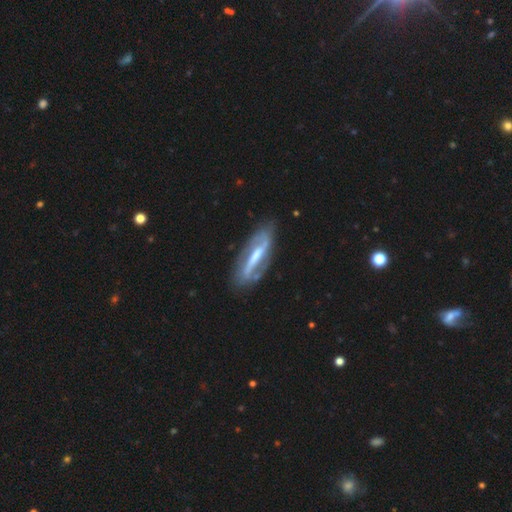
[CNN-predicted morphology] smooth_or_featured: featured or disk (p=0.81) [alt: smooth p=0.14]
disk_edge_on: no (p=0.80) [alt: yes p=0.20]
bar: strong (p=0.65) [alt: weak p=0.25]
has_spiral_arms: yes (p=0.85) [alt: no p=0.15]
spiral_winding: medium (p=0.39) [alt: loose p=0.36]
spiral_arm_count: 2 (p=0.83) [alt: can't tell p=0.10]
bulge_size: moderate (p=0.48) [alt: small p=0.31]
merging: none (p=0.75) [alt: minor disturbance p=0.16]